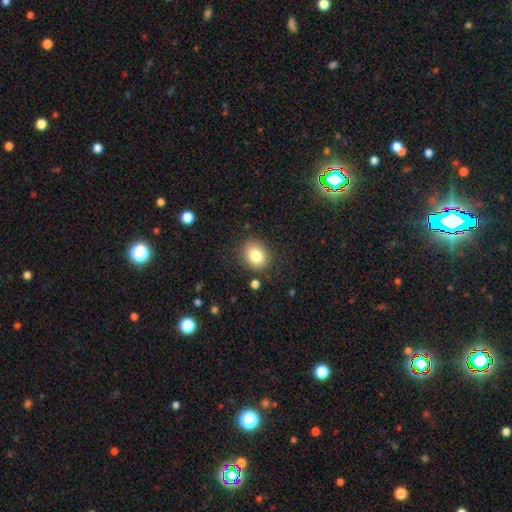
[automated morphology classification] Overall: smooth (82%). How rounded: round (52%; in between 47%). Merging: none (84%).